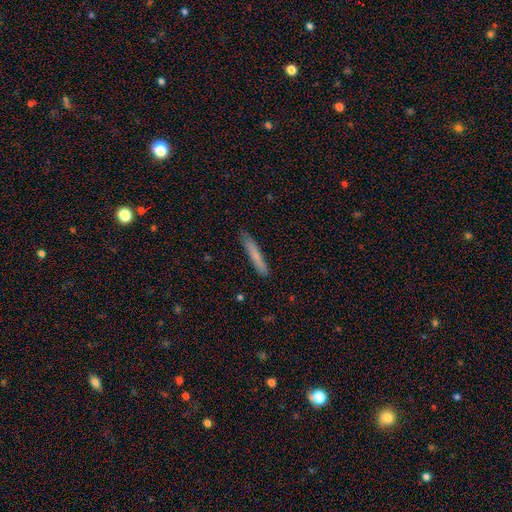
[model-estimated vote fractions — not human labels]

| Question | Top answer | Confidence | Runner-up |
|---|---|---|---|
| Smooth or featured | smooth | 75% | featured or disk (19%) |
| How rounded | cigar-shaped | 95% | in between (4%) |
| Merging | none | 85% | minor disturbance (12%) |